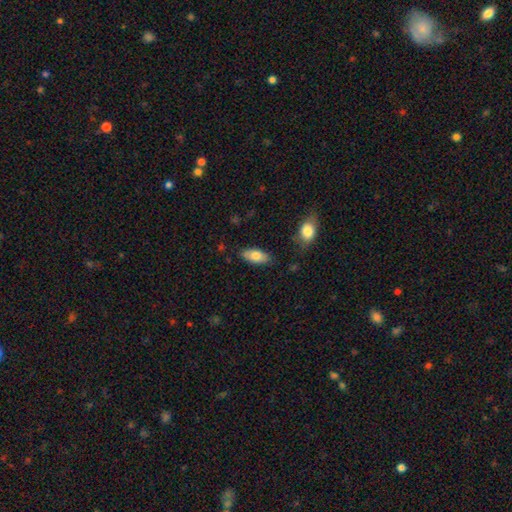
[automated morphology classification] Q: Smooth or featured?
A: smooth (76%); runner-up: featured or disk (18%)
Q: How rounded?
A: in between (86%); runner-up: cigar-shaped (11%)
Q: Merging?
A: none (82%); runner-up: minor disturbance (13%)